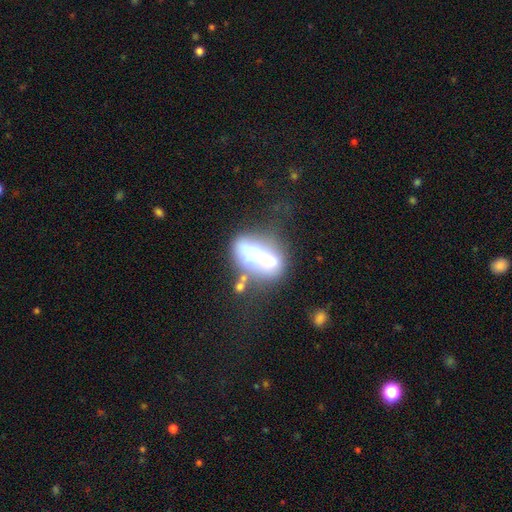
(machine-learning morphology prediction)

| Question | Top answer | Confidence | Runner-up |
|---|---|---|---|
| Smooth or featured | smooth | 48% | featured or disk (41%) |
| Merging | merger | 56% | none (19%) |